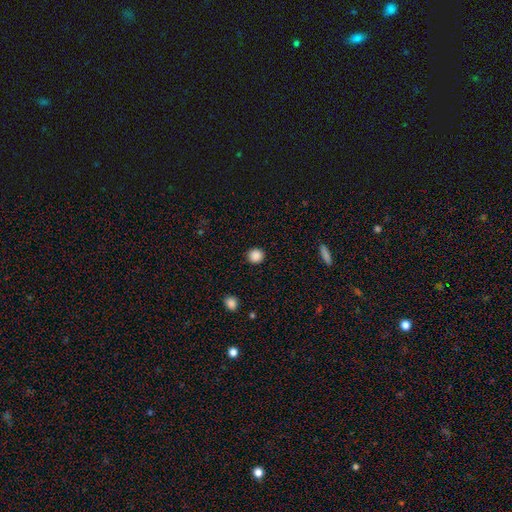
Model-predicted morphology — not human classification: A smooth galaxy with no disk features (87%) that is round (93%). Merging: none (92%).